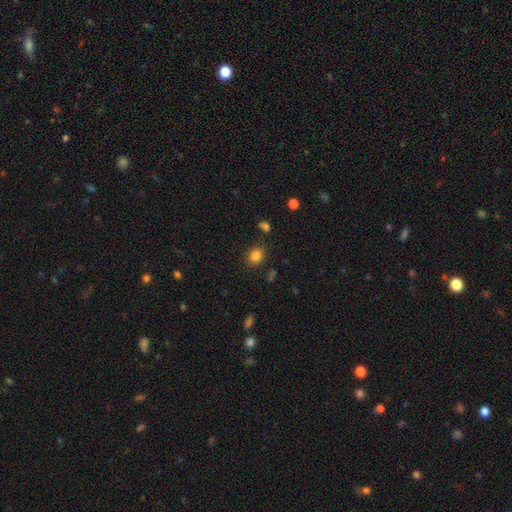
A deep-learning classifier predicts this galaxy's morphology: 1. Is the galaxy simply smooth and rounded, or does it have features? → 83% smooth, 11% star or artifact, 6% featured or disk.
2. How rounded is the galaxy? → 61% round, 38% in between, 1% cigar-shaped.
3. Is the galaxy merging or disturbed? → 84% none, 10% minor disturbance, 3% merger, 3% major disturbance.